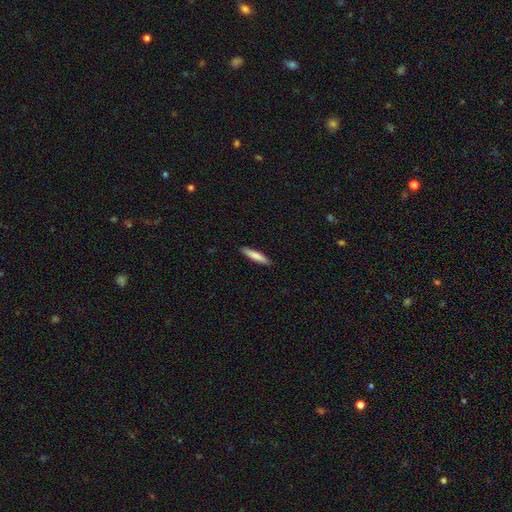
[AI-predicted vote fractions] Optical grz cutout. It shows a smooth galaxy with no disk features (80%) that is cigar-shaped (85%). Merging: none (90%).